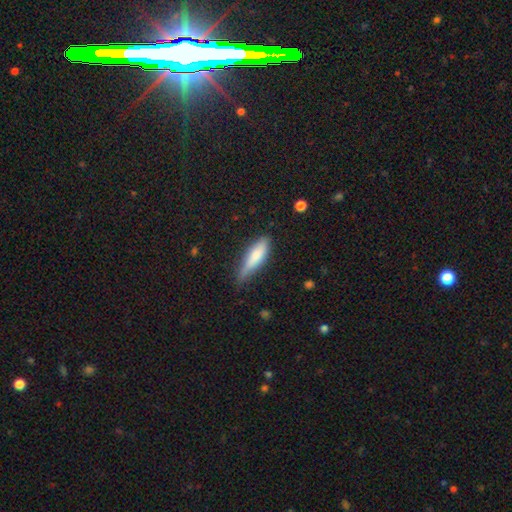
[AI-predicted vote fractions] Smooth or featured? smooth (73%)
How rounded? cigar-shaped (63%)
Merging? none (58%)